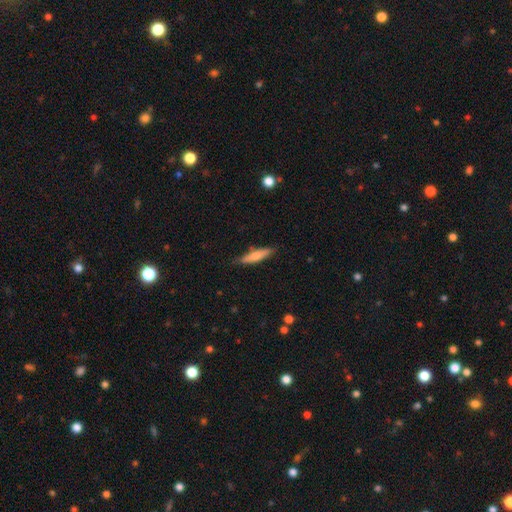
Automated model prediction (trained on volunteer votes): smooth-or-featured: smooth: 61% | featured or disk: 33% | star or artifact: 6%
  how-rounded: cigar-shaped: 78% | in between: 20% | round: 2%
  merging: none: 82% | minor disturbance: 14% | major disturbance: 2% | merger: 2%